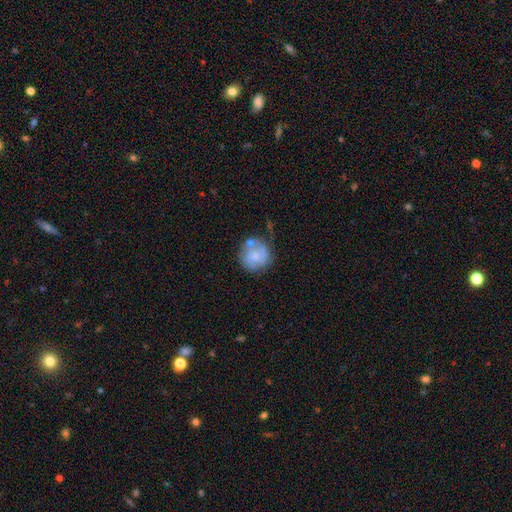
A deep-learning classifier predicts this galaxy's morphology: The model was most divided on "smooth or featured": smooth: 51%, featured or disk: 41%, star or artifact: 8%. More confident: how rounded — round (86%); merging — none (52%).